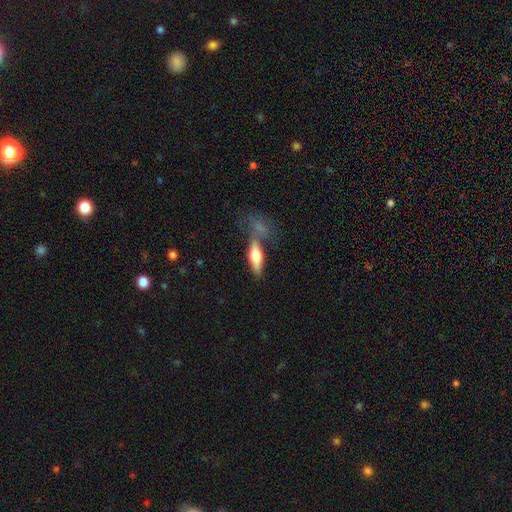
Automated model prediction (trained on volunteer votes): The model was most divided on "how rounded": in between: 51%, cigar-shaped: 46%, round: 3%. Remaining: smooth or featured — smooth (61%); merging — none (49%).